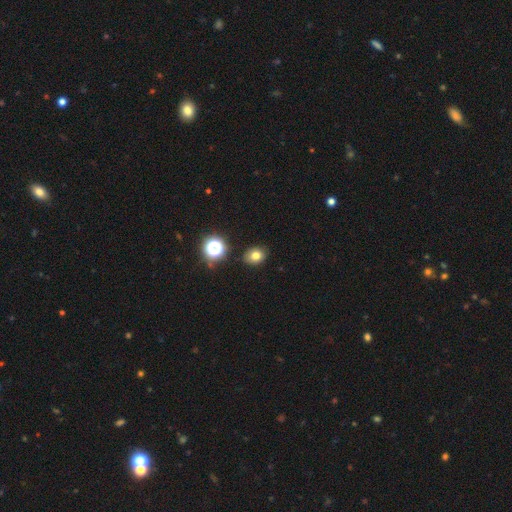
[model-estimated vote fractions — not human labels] smooth_or_featured: smooth (p=0.76) [alt: star or artifact p=0.16]
how_rounded: round (p=0.56) [alt: in between p=0.43]
merging: none (p=0.87) [alt: minor disturbance p=0.08]